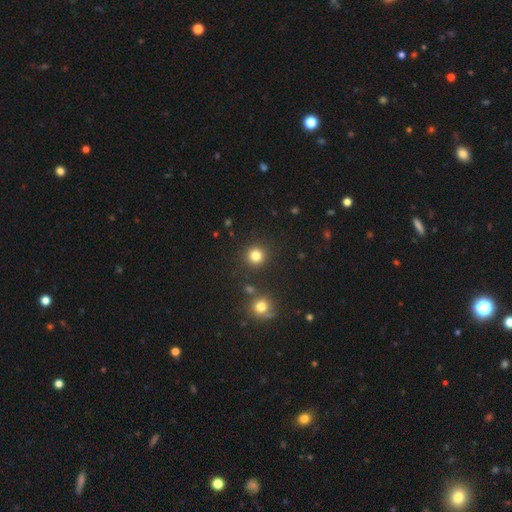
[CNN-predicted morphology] Overall: smooth (81%). How rounded: round (94%). Merging: none (89%).